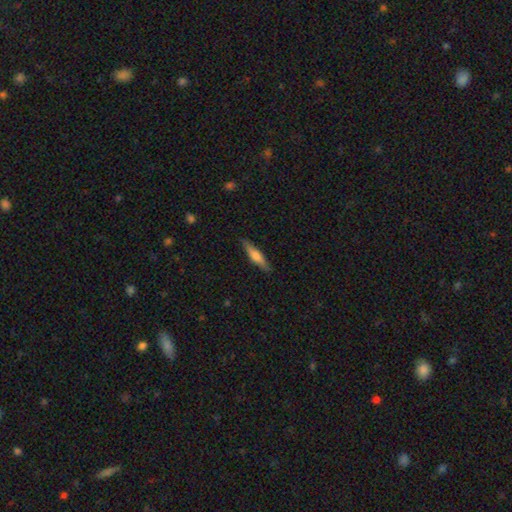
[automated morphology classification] smooth 57%, featured or disk 37%, star or artifact 6%. Down the decision tree: how rounded — cigar-shaped (84%); merging — none (88%).